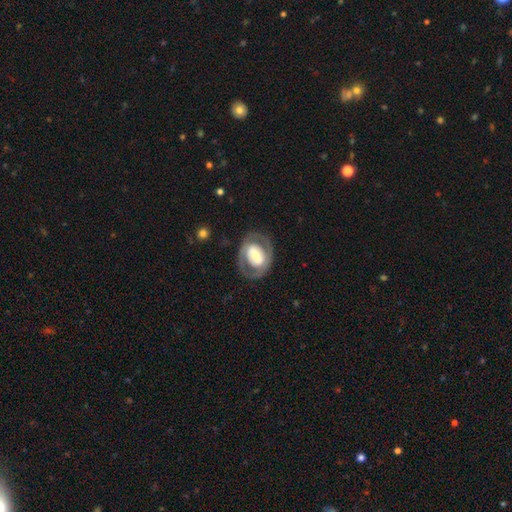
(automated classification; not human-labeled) The model was most divided on "bar": no: 40%, strong: 30%, weak: 30%. Remaining: edge-on disk — no (94%); merging — none (74%); smooth or featured — featured or disk (63%); spiral arms — no (55%); bulge size — moderate (48%).